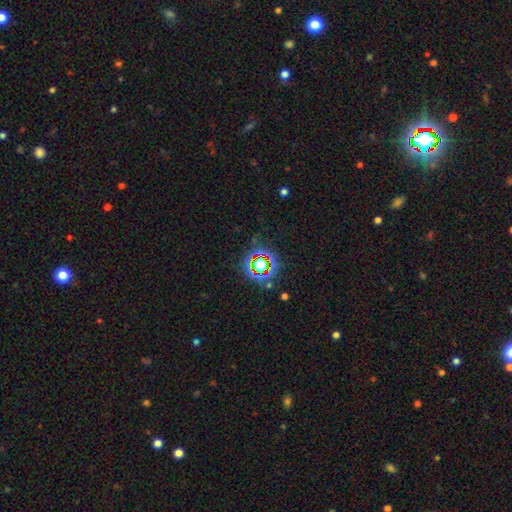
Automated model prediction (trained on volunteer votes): Morphology: type=star or artifact (77%).